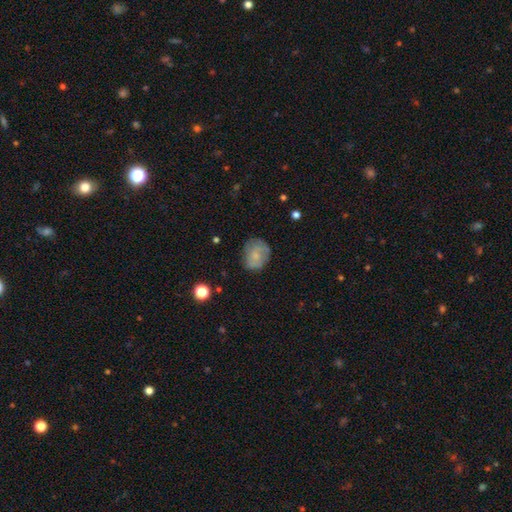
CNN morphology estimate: A smooth galaxy with no disk features (57%) that is round (58%).

Vote fractions:
- Smooth or featured? smooth: 57% / featured or disk: 34% / star or artifact: 9%
- How rounded? round: 58% / in between: 41% / cigar-shaped: 1%
- Merging? none: 67% / minor disturbance: 23% / major disturbance: 8% / merger: 2%